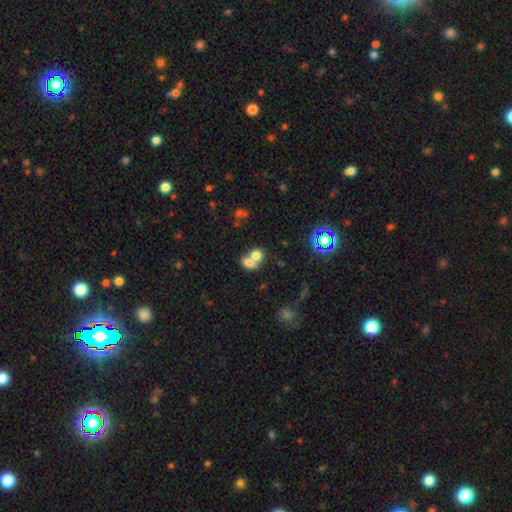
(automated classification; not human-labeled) Q: Smooth or featured?
A: smooth (72%); runner-up: star or artifact (14%)
Q: How rounded?
A: round (52%); runner-up: in between (46%)
Q: Merging?
A: merger (63%); runner-up: none (28%)